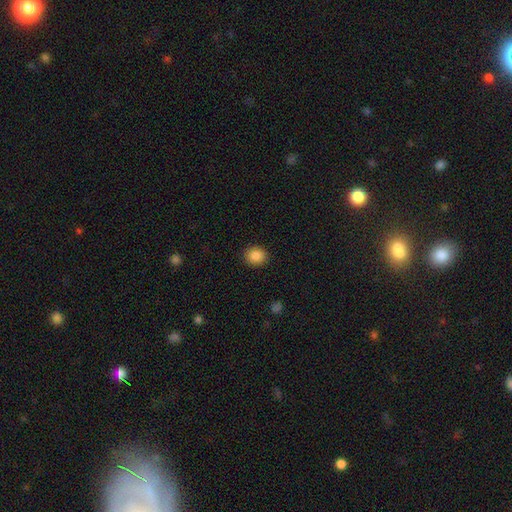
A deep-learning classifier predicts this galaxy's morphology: smooth-or-featured: smooth: 87% | star or artifact: 9% | featured or disk: 4%
  how-rounded: round: 75% | in between: 25% | cigar-shaped: 1%
  merging: none: 90% | minor disturbance: 7% | major disturbance: 2% | merger: 1%